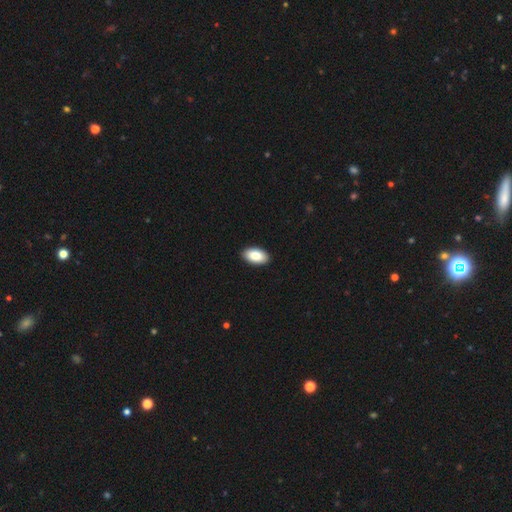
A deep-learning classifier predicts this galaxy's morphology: Smooth or featured?
  - smooth: 84% *
  - featured or disk: 9%
  - star or artifact: 6%
How rounded?
  - in between: 95% *
  - round: 4%
  - cigar-shaped: 1%
Merging?
  - none: 92% *
  - minor disturbance: 6%
  - major disturbance: 1%
  - merger: 1%